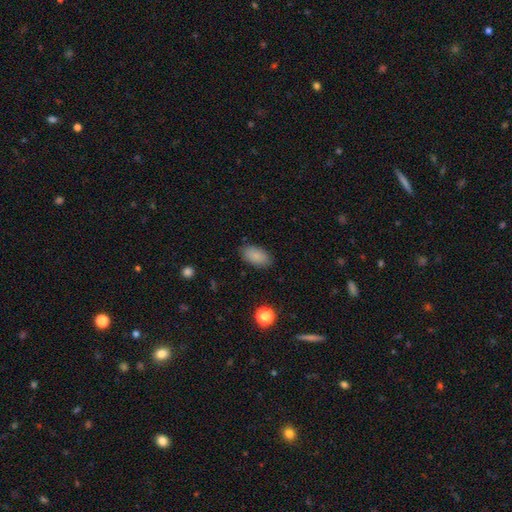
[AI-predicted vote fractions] A smooth galaxy with no disk features (87%) that is in between round and cigar-shaped (93%). Merging: none (86%).